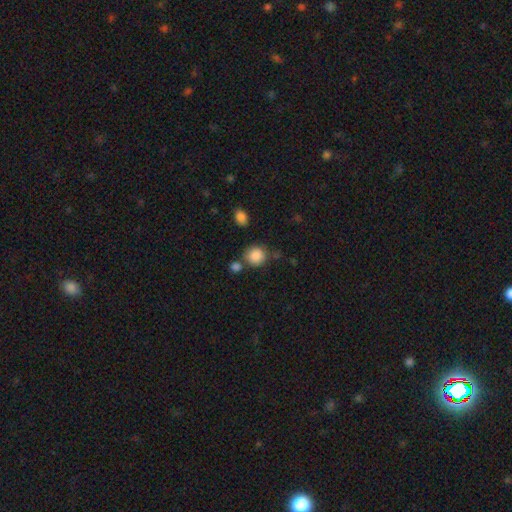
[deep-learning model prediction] This appears to be a smooth galaxy with no disk features (87%) that is round (86%). Merging: none (67%).